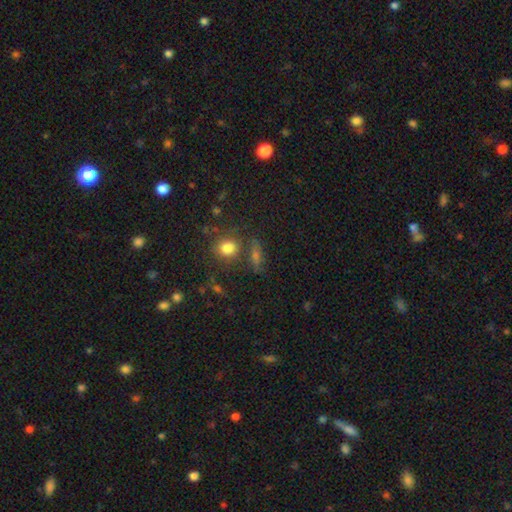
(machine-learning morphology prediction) smooth-or-featured: smooth: 59% | star or artifact: 22% | featured or disk: 19%
  how-rounded: in between: 42% | round: 37% | cigar-shaped: 22%
  merging: none: 69% | minor disturbance: 13% | merger: 12% | major disturbance: 6%